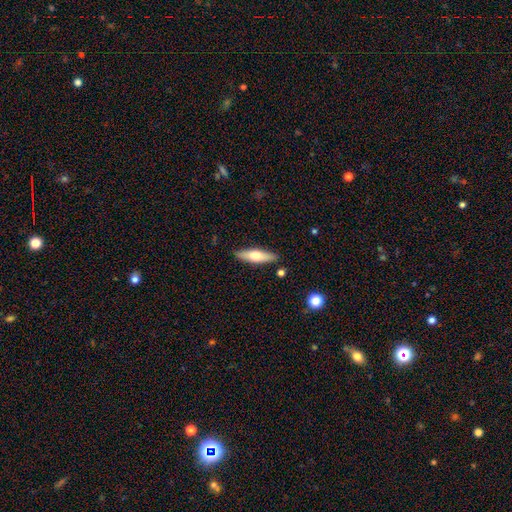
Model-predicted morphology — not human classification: A smooth galaxy with no disk features (54%) that is cigar-shaped (63%). Merging: none (87%).